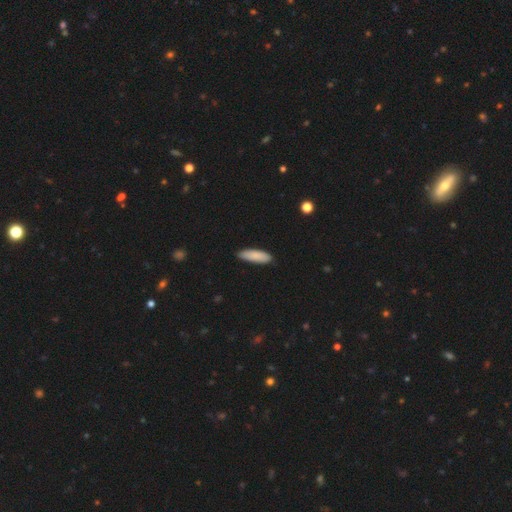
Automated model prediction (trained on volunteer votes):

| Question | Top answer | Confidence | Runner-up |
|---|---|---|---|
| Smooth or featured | smooth | 87% | featured or disk (7%) |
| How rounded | cigar-shaped | 51% | in between (47%) |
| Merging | none | 86% | minor disturbance (11%) |